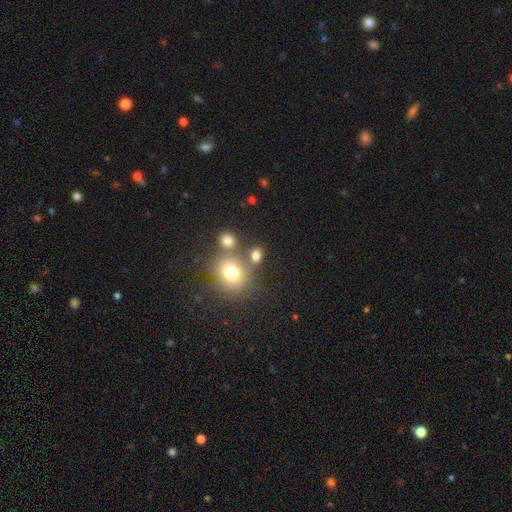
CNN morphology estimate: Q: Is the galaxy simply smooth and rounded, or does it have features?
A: smooth — 75%.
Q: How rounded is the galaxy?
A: round — 52%.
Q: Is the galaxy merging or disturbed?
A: none — 61%.